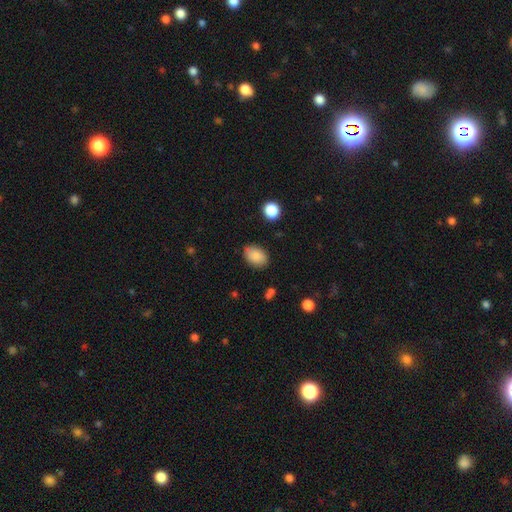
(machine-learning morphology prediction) A smooth galaxy with no disk features (86%) that is in between round and cigar-shaped (84%). Merging: none (82%).